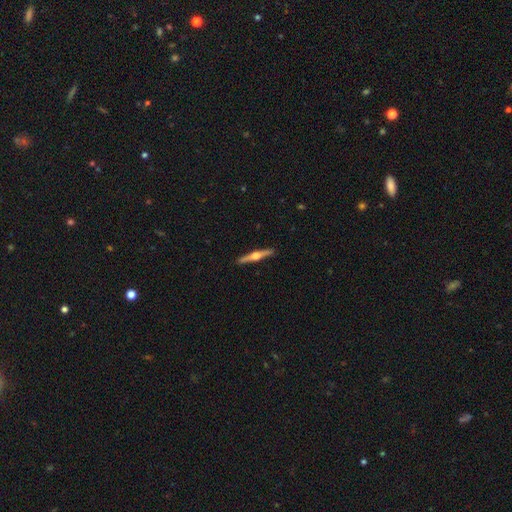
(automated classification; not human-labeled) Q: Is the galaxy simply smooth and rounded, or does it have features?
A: featured or disk — 76%.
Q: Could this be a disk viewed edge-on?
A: yes — 98%.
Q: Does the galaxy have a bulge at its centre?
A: rounded — 94%.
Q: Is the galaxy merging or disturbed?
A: none — 92%.